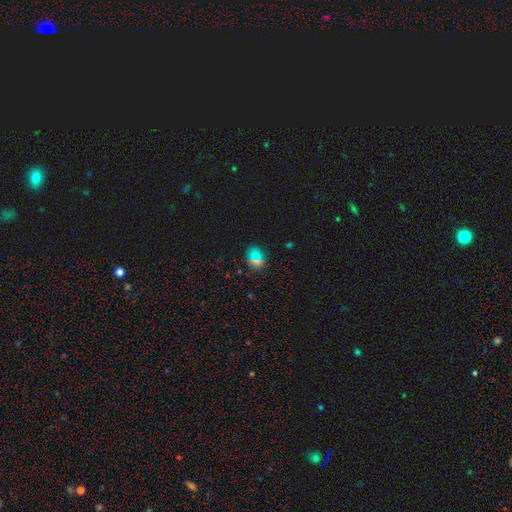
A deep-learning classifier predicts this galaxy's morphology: A smooth galaxy with no disk features (64%) that is round (62%).

Vote fractions:
- Smooth or featured? smooth: 64% / star or artifact: 28% / featured or disk: 8%
- How rounded? round: 62% / in between: 35% / cigar-shaped: 3%
- Merging? none: 81% / minor disturbance: 11% / major disturbance: 4% / merger: 4%